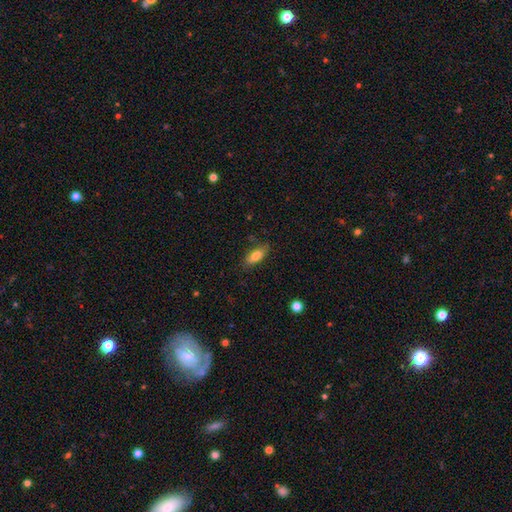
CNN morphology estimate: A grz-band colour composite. It shows a smooth galaxy with no disk features (78%) that is in between round and cigar-shaped (79%). Merging: none (78%).